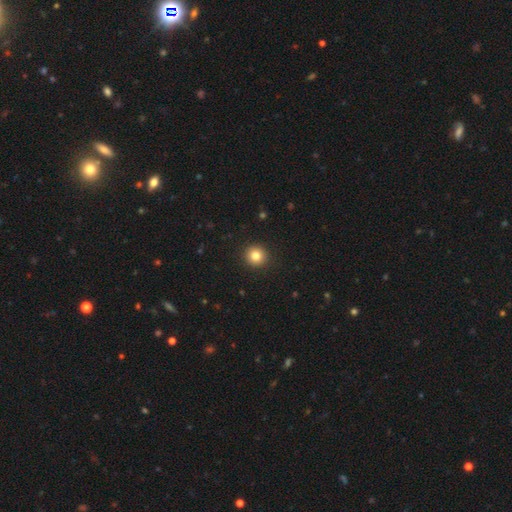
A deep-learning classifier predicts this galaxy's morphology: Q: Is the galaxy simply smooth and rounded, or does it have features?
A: smooth — 83%.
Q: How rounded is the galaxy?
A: round — 94%.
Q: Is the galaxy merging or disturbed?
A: none — 93%.